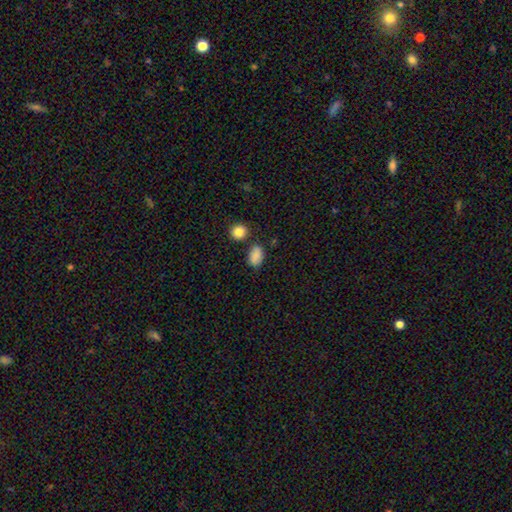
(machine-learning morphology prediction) This appears to be a smooth galaxy with no disk features (86%) that is in between round and cigar-shaped (86%). Merging: none (75%).